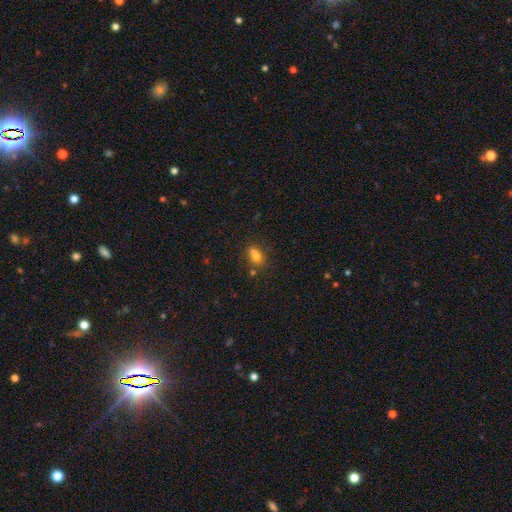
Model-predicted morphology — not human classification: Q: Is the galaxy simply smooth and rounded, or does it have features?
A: smooth — 74%.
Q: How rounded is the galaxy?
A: in between — 72%.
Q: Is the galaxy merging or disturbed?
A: none — 58%.